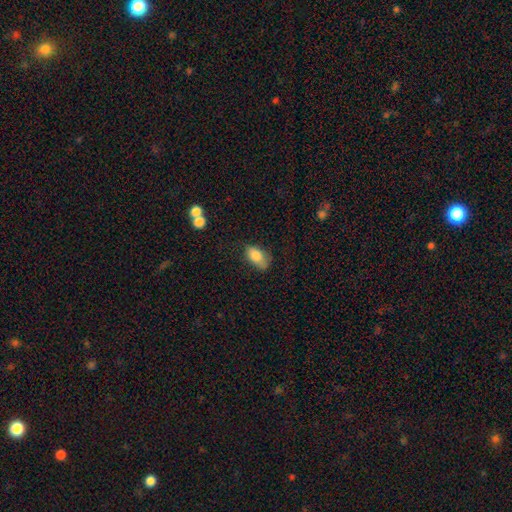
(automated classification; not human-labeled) A smooth galaxy with no disk features (82%) that is in between round and cigar-shaped (90%). Merging: none (57%).